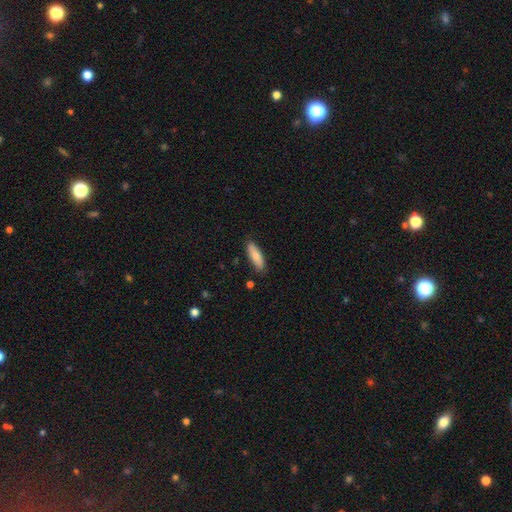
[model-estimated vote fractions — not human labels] Q: Smooth or featured?
A: smooth (81%); runner-up: featured or disk (14%)
Q: How rounded?
A: in between (50%); runner-up: cigar-shaped (48%)
Q: Merging?
A: none (84%); runner-up: minor disturbance (12%)